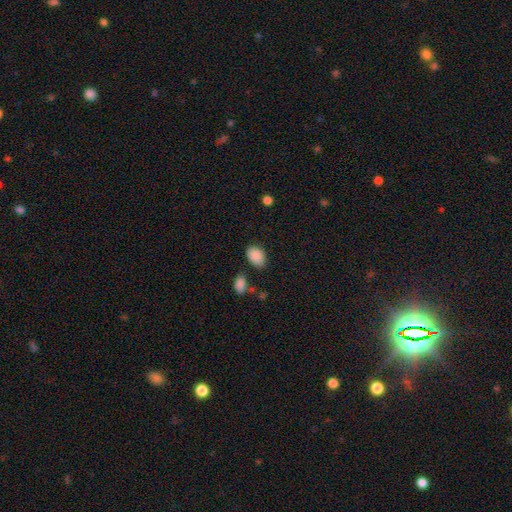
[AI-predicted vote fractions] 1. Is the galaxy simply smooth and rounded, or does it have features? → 88% smooth, 7% star or artifact, 5% featured or disk.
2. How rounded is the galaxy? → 84% in between, 15% round, 1% cigar-shaped.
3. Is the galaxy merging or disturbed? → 74% none, 17% minor disturbance, 4% merger, 4% major disturbance.